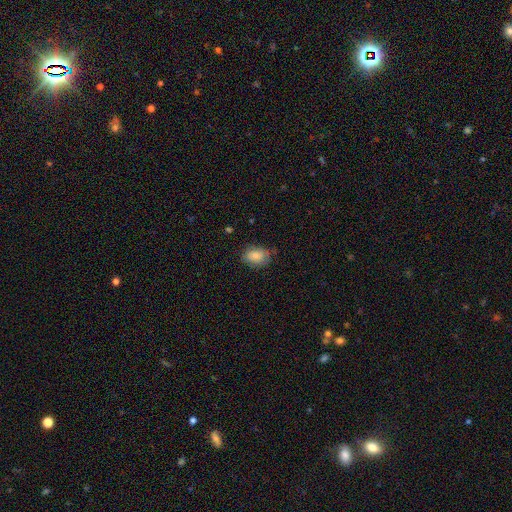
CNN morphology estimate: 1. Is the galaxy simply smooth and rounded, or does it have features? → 80% smooth, 13% featured or disk, 8% star or artifact.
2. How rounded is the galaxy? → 80% in between, 19% round, 1% cigar-shaped.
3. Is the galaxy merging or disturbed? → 69% none, 24% minor disturbance, 6% major disturbance, 2% merger.